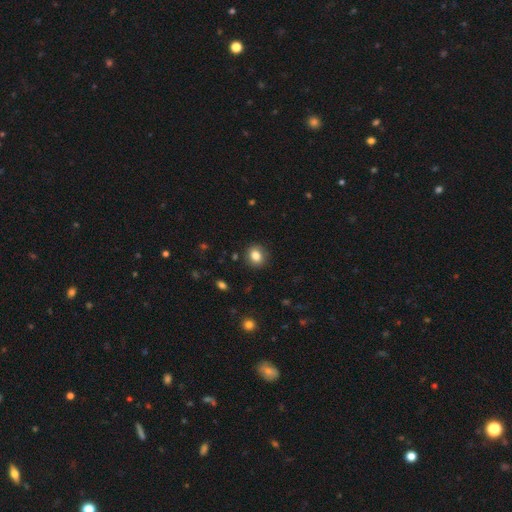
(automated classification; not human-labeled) Smooth or featured? smooth (83%)
How rounded? round (65%)
Merging? none (88%)